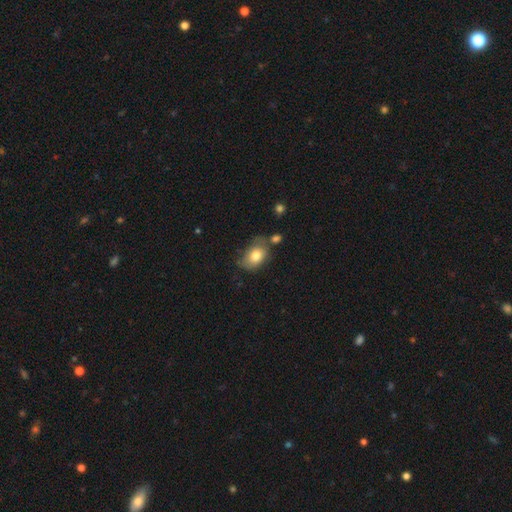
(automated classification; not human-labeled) smooth_or_featured: smooth (p=0.78) [alt: featured or disk p=0.14]
how_rounded: in between (p=0.81) [alt: round p=0.18]
merging: none (p=0.53) [alt: minor disturbance p=0.28]